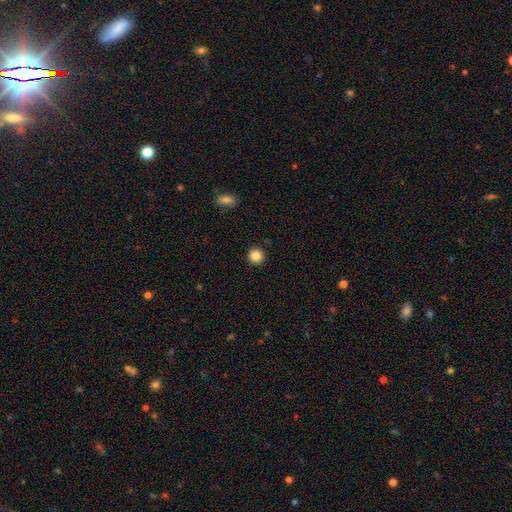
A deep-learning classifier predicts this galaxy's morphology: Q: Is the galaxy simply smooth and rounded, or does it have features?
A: smooth — 86%.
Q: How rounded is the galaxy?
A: round — 95%.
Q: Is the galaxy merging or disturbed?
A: none — 93%.